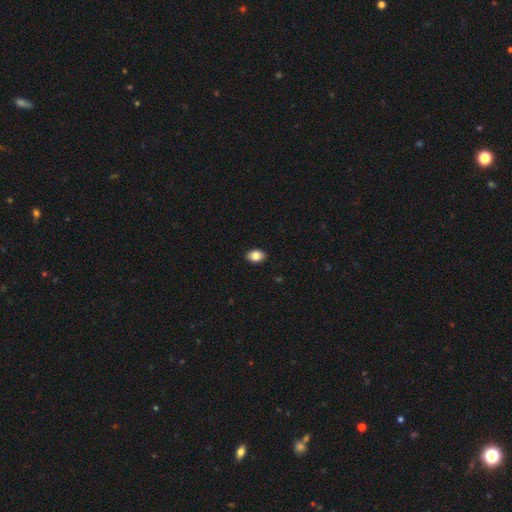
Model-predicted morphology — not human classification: smooth 85%, star or artifact 8%, featured or disk 7%. Down the decision tree: how rounded — in between (80%); merging — none (90%).